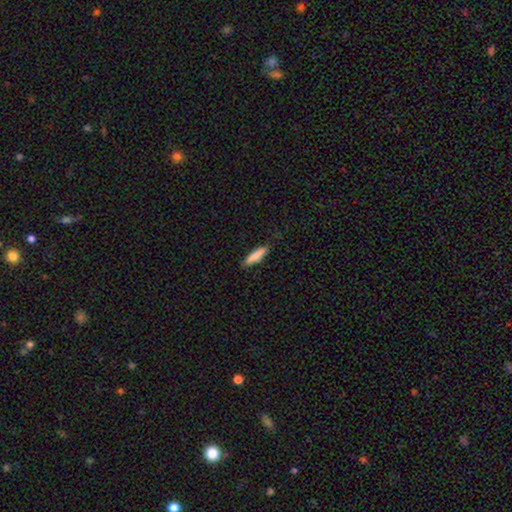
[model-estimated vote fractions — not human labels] smooth 85%, featured or disk 9%, star or artifact 6%. Down the decision tree: how rounded — cigar-shaped (75%); merging — none (84%).